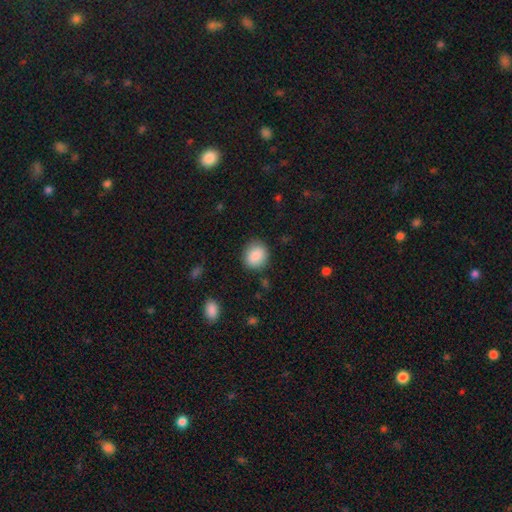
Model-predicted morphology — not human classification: Smooth or featured?
  - smooth: 86% *
  - star or artifact: 8%
  - featured or disk: 6%
How rounded?
  - round: 73% *
  - in between: 26%
  - cigar-shaped: 1%
Merging?
  - none: 84% *
  - minor disturbance: 11%
  - major disturbance: 3%
  - merger: 2%